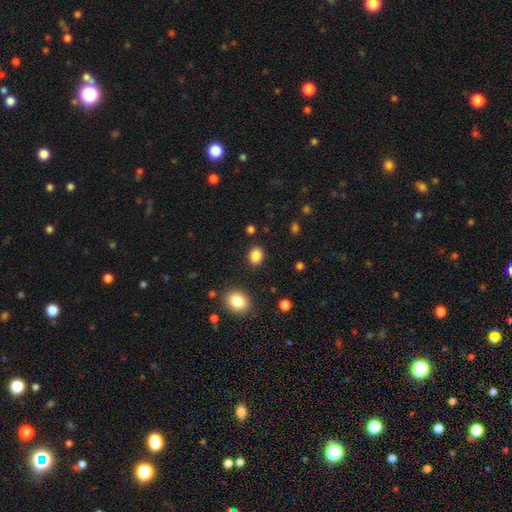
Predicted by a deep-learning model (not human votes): A smooth galaxy with no disk features (86%) that is round (54%). Merging: none (88%).